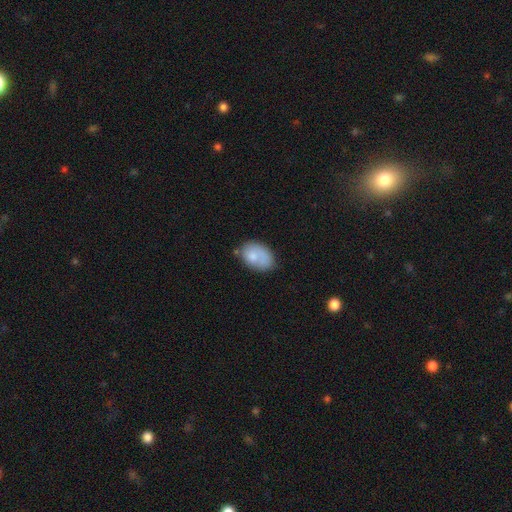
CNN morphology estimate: This is likely a smooth galaxy (72%). How rounded: clearly in between (82%). Merging: possibly none (51%).